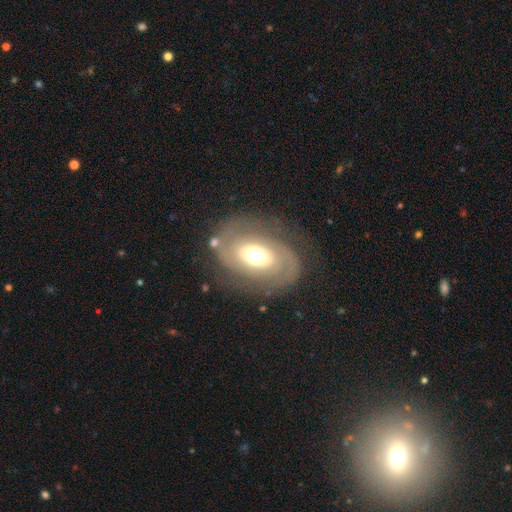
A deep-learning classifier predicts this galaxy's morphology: Smooth or featured?
  - featured or disk: 69% *
  - smooth: 23%
  - star or artifact: 7%
Edge-on disk?
  - no: 95% *
  - yes: 5%
Bar?
  - no: 74% *
  - weak: 18%
  - strong: 8%
Spiral arms?
  - yes: 70% *
  - no: 30%
Bulge size?
  - moderate: 54% *
  - large: 33%
  - dominant: 7%
  - small: 6%
  - none: 1%
Merging?
  - none: 72% *
  - minor disturbance: 15%
  - major disturbance: 11%
  - merger: 2%